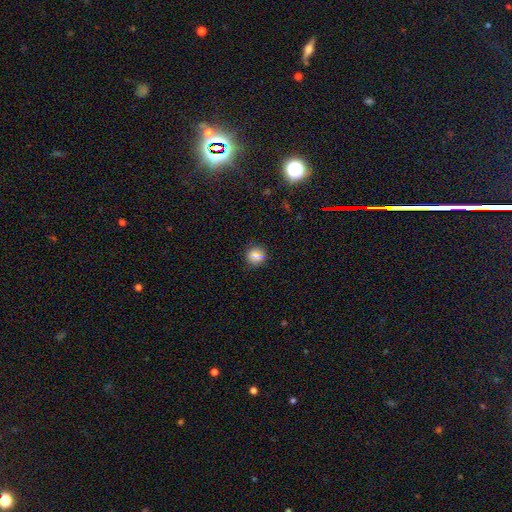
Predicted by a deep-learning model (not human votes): Morphology: type=smooth (81%); roundness=round (78%); merging=none (83%).